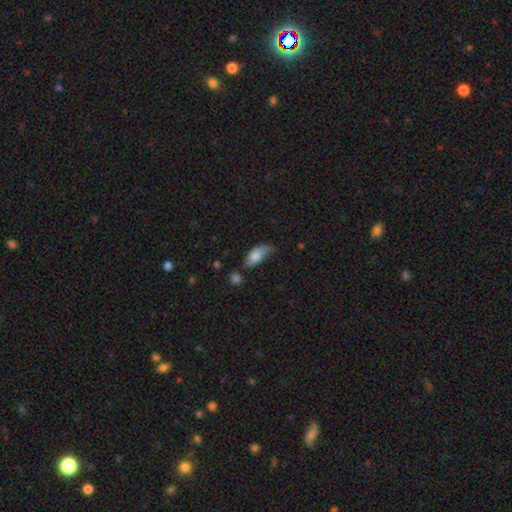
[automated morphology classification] Smooth or featured? Predicted: smooth (p=0.74). How rounded? Predicted: in between (p=0.86). Merging? Predicted: none (p=0.45).